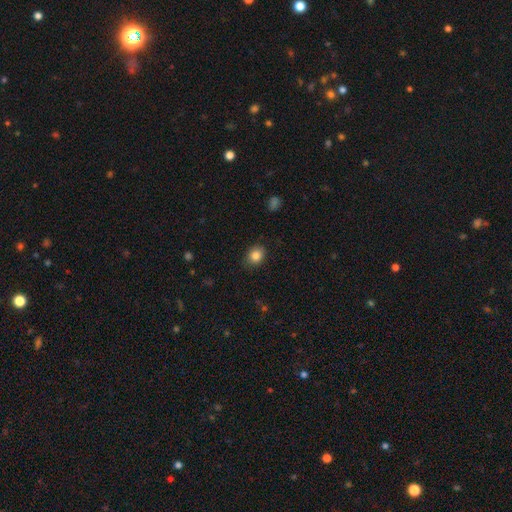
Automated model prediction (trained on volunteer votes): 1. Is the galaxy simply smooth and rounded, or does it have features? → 85% smooth, 10% star or artifact, 5% featured or disk.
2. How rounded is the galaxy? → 56% round, 43% in between, 1% cigar-shaped.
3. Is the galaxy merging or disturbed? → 86% none, 11% minor disturbance, 2% major disturbance, 1% merger.